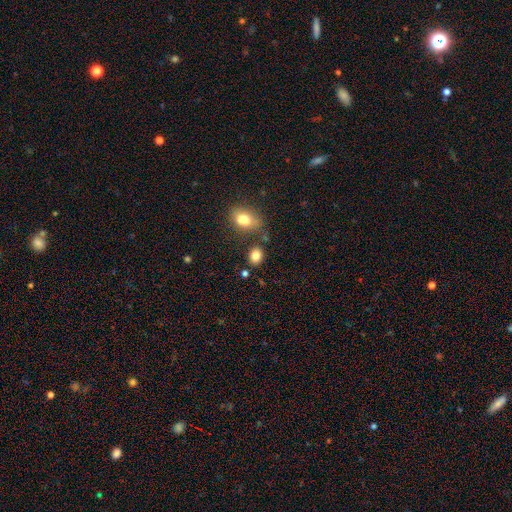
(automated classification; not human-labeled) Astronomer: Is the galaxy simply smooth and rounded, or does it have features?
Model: smooth — 83%.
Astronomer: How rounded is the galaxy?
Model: in between — 57% (runner-up: round, 41%).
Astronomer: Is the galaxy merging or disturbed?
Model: none — 75%.